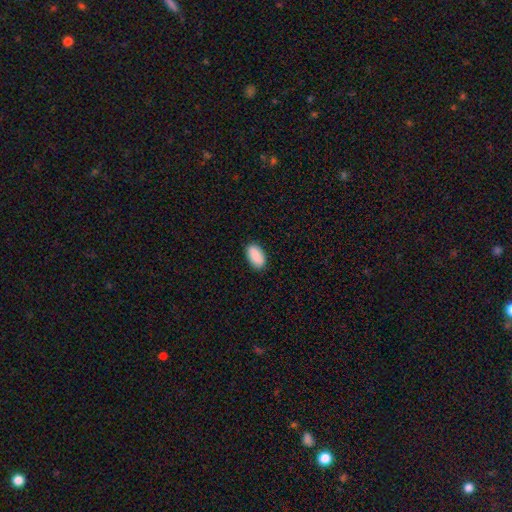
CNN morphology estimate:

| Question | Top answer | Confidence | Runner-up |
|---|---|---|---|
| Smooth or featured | smooth | 90% | star or artifact (6%) |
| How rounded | in between | 94% | round (4%) |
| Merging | none | 88% | minor disturbance (9%) |